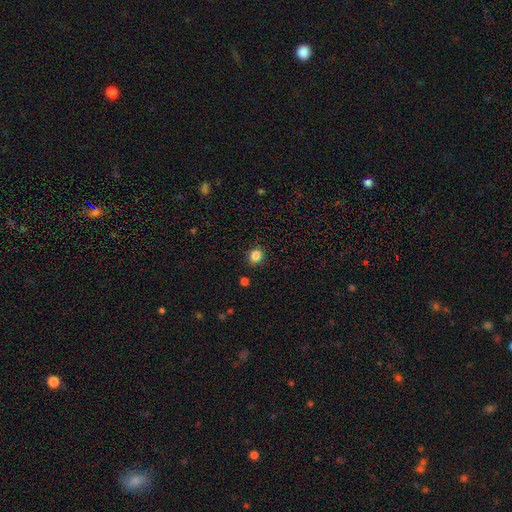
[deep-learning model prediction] Smooth or featured: smooth — 85% (star or artifact — 11%)
How rounded: round — 81% (in between — 18%)
Merging: none — 90% (minor disturbance — 7%)